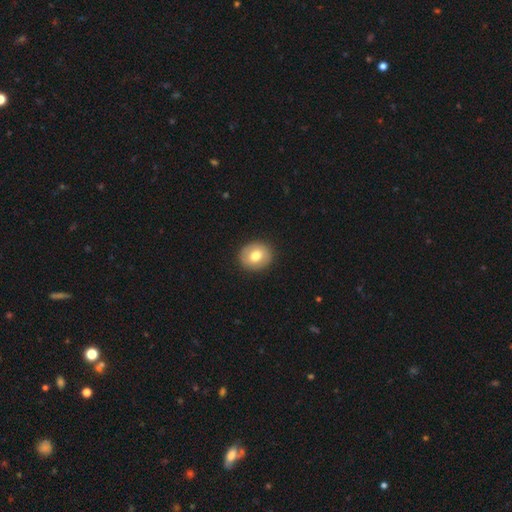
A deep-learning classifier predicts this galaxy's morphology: smooth-or-featured: smooth: 71% | featured or disk: 21% | star or artifact: 8%
  how-rounded: round: 75% | in between: 24% | cigar-shaped: 1%
  merging: none: 89% | minor disturbance: 8% | major disturbance: 2% | merger: 1%